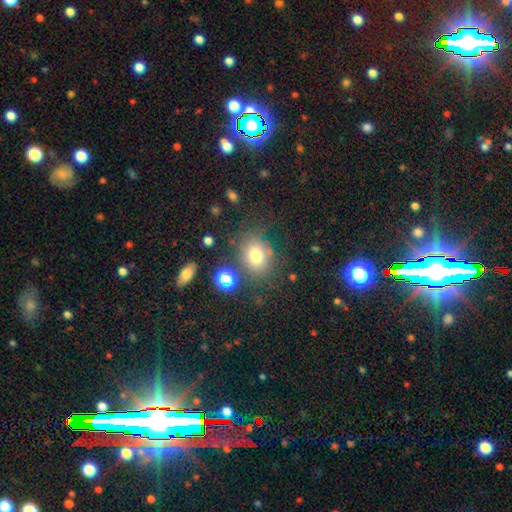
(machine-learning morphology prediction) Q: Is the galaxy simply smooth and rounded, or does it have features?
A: smooth — 74%.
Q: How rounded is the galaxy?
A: round — 56%.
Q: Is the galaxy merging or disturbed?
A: none — 72%.